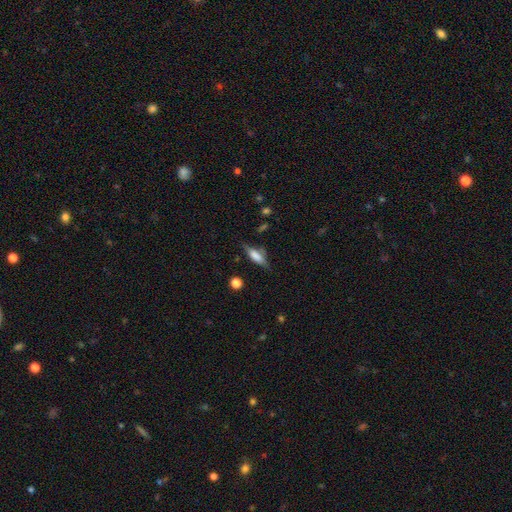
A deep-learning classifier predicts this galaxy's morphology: A smooth galaxy with no disk features (58%) that is in between round and cigar-shaped (51%).

Vote fractions:
- Smooth or featured? smooth: 58% / featured or disk: 33% / star or artifact: 9%
- How rounded? in between: 51% / cigar-shaped: 46% / round: 3%
- Merging? none: 67% / minor disturbance: 22% / major disturbance: 7% / merger: 4%